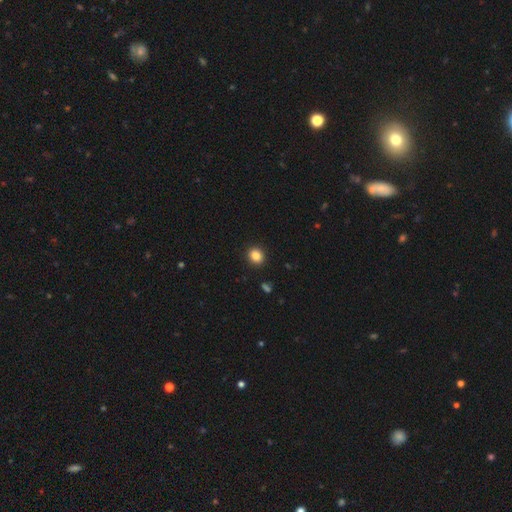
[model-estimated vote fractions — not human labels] Smooth or featured?
  - smooth: 85% *
  - star or artifact: 10%
  - featured or disk: 5%
How rounded?
  - round: 74% *
  - in between: 25%
  - cigar-shaped: 1%
Merging?
  - none: 92% *
  - minor disturbance: 5%
  - major disturbance: 2%
  - merger: 1%